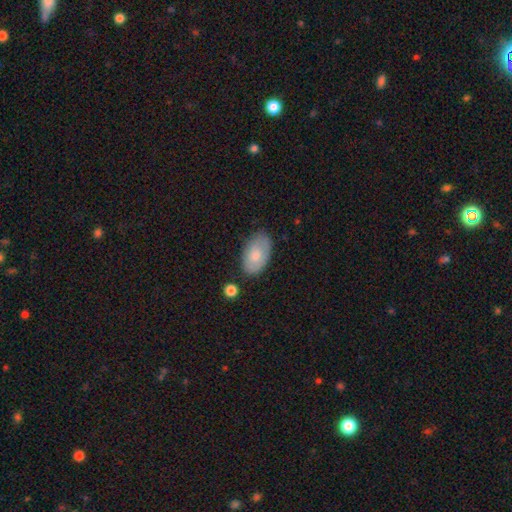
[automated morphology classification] Q: Smooth or featured?
A: smooth (69%); runner-up: featured or disk (25%)
Q: How rounded?
A: in between (93%); runner-up: round (5%)
Q: Merging?
A: none (76%); runner-up: minor disturbance (18%)